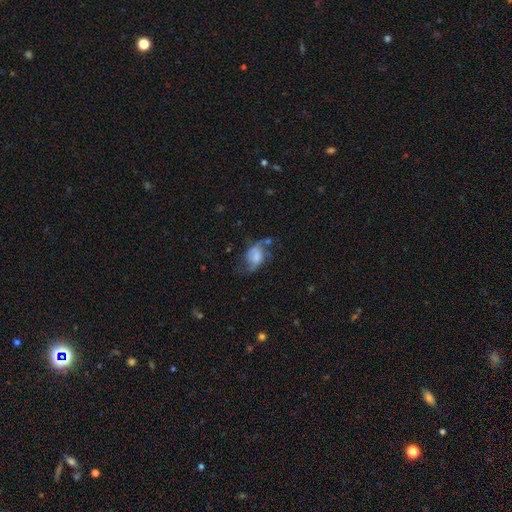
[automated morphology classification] Smooth or featured? featured or disk (51%)
Edge-on disk? no (96%)
Merging? none (38%)